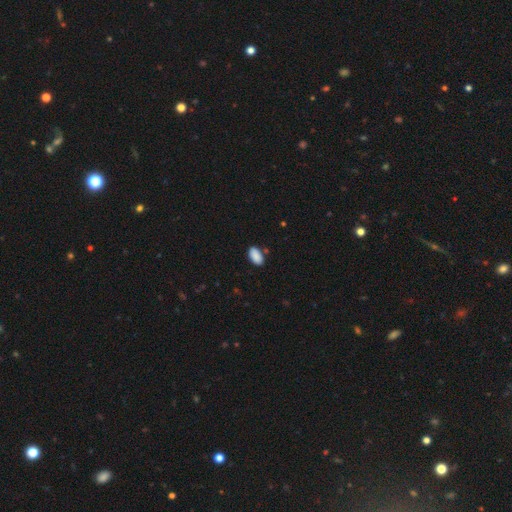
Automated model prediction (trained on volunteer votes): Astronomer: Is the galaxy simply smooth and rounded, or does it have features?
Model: smooth — 90%.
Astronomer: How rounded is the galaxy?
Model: in between — 95%.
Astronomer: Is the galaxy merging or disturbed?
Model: none — 82%.